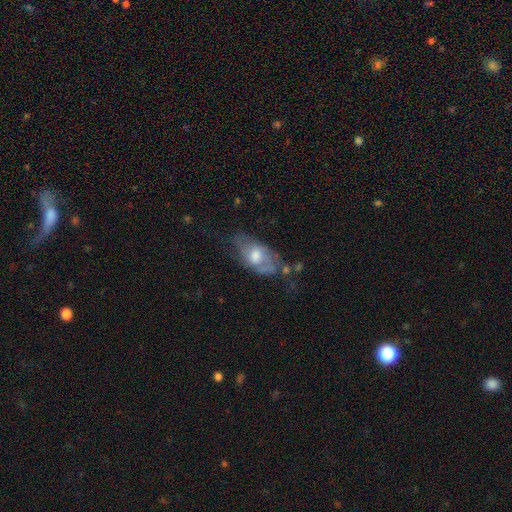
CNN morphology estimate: Smooth or featured? featured or disk (48%)
Merging? none (40%)